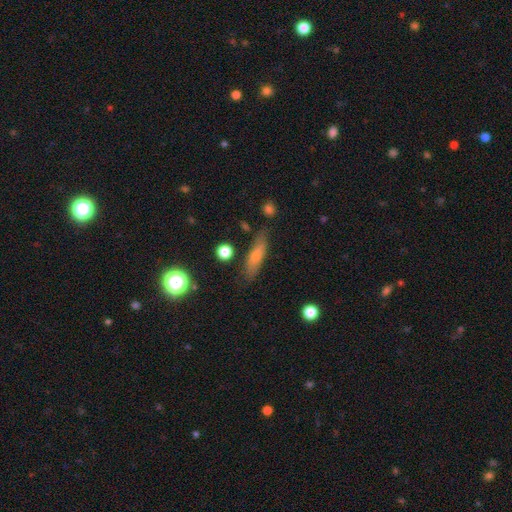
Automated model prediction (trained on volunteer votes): This appears to be a smooth galaxy with no disk features (62%) that is cigar-shaped (71%). Merging: none (82%).